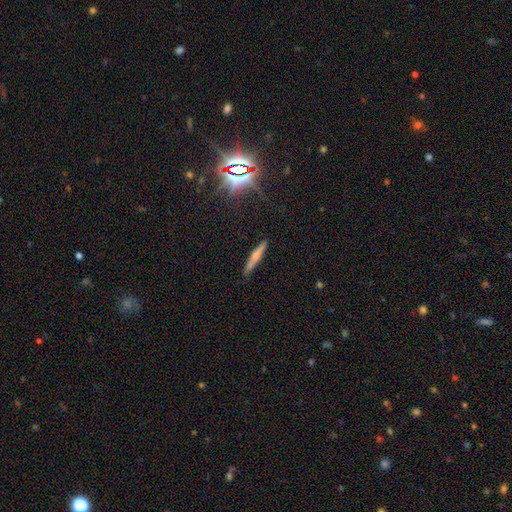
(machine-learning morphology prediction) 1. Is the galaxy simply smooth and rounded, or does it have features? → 54% smooth, 35% featured or disk, 11% star or artifact.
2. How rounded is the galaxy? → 93% cigar-shaped, 5% in between, 2% round.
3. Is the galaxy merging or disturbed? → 84% none, 12% minor disturbance, 2% major disturbance, 2% merger.